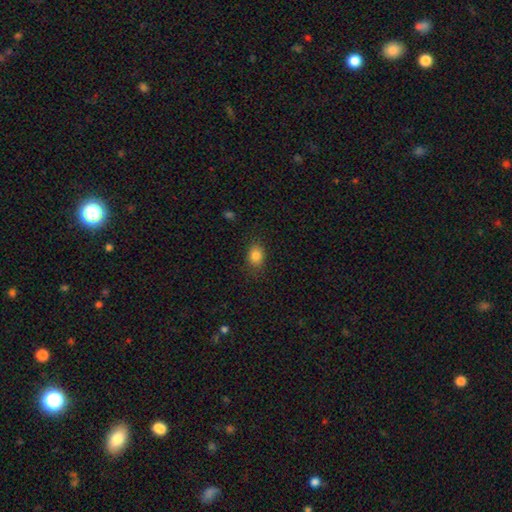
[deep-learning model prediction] Smooth or featured: smooth — 83% (star or artifact — 11%)
How rounded: in between — 59% (round — 40%)
Merging: none — 84% (minor disturbance — 12%)